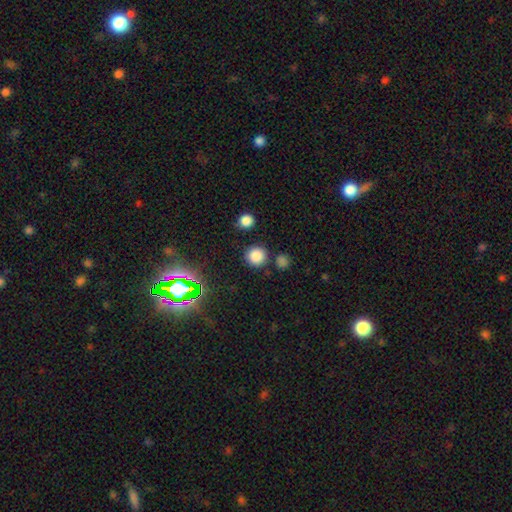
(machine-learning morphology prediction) The model was most divided on "smooth or featured": smooth: 81%, star or artifact: 14%, featured or disk: 5%. More confident: how rounded — round (93%); merging — none (84%).